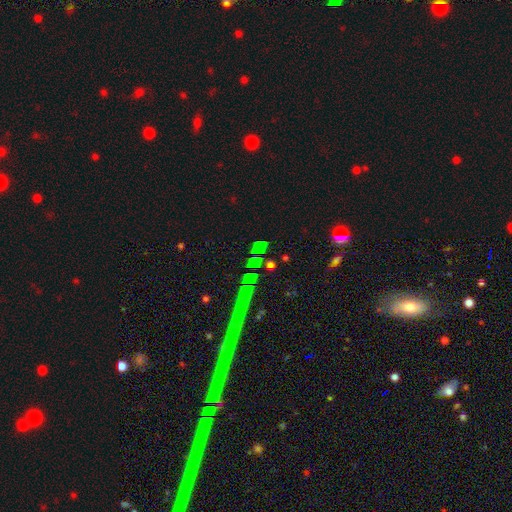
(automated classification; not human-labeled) This is likely a star or artifact rather than a galaxy (68%).